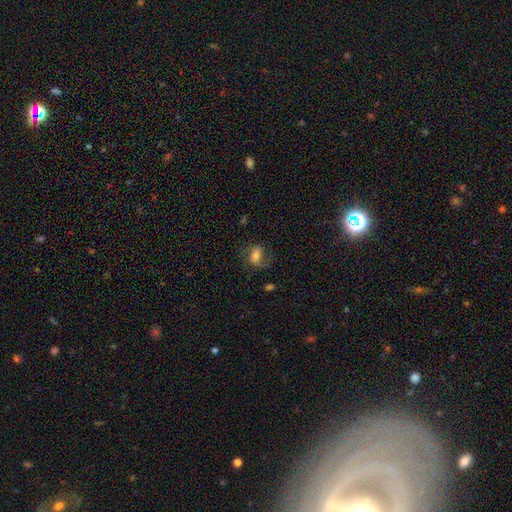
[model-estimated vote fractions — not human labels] Smooth or featured: smooth — 50% (featured or disk — 40%)
Merging: none — 57% (minor disturbance — 22%)